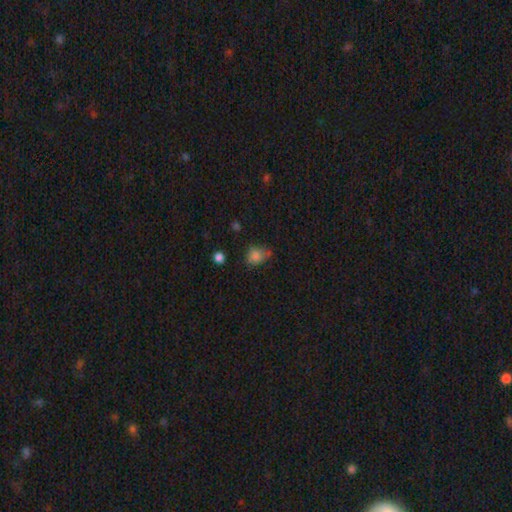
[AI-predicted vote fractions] A smooth galaxy with no disk features (80%) that is in between round and cigar-shaped (58%).

Vote fractions:
- Smooth or featured? smooth: 80% / star or artifact: 12% / featured or disk: 9%
- How rounded? in between: 58% / round: 40% / cigar-shaped: 1%
- Merging? none: 51% / minor disturbance: 35% / major disturbance: 10% / merger: 4%